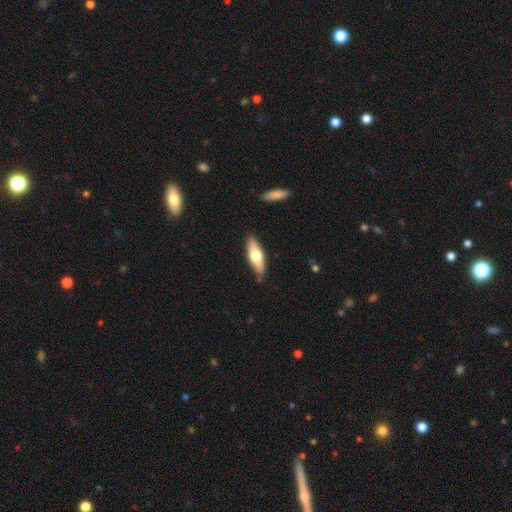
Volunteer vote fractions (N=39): Overall: smooth (51%; featured or disk 44%). How rounded: in between (50%, tied with cigar-shaped). Merging: none (78%).